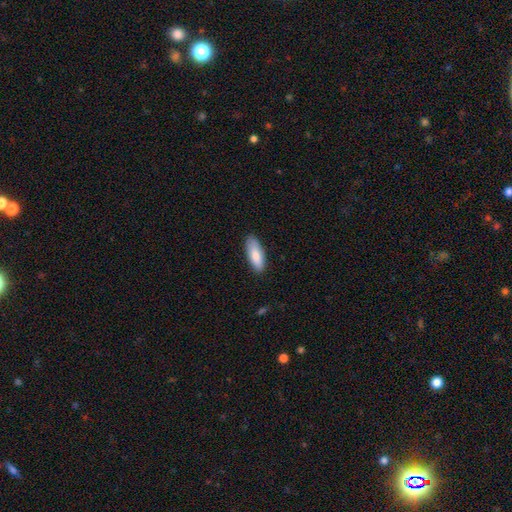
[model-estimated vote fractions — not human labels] A smooth galaxy with no disk features (82%) that is in between round and cigar-shaped (70%).

Vote fractions:
- Smooth or featured? smooth: 82% / featured or disk: 12% / star or artifact: 6%
- How rounded? in between: 70% / cigar-shaped: 29% / round: 2%
- Merging? none: 86% / minor disturbance: 11% / major disturbance: 2% / merger: 1%